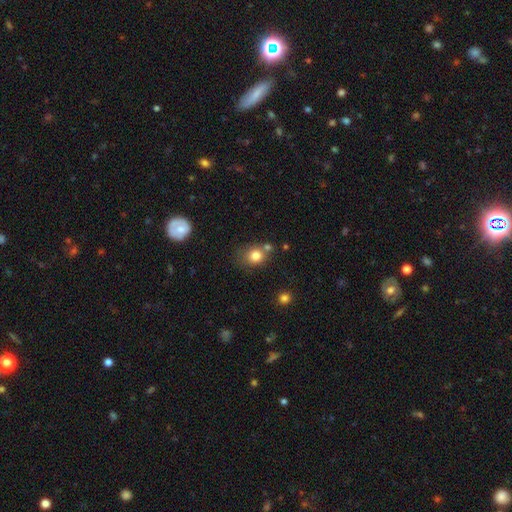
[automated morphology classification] This is clearly a smooth galaxy (80%). How rounded: likely round (68%). Merging: possibly none (57%).